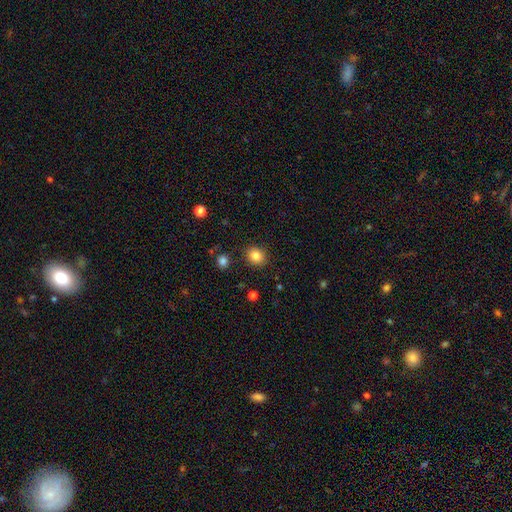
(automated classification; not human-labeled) Morphology: type=smooth (84%); roundness=round (74%); merging=none (88%).